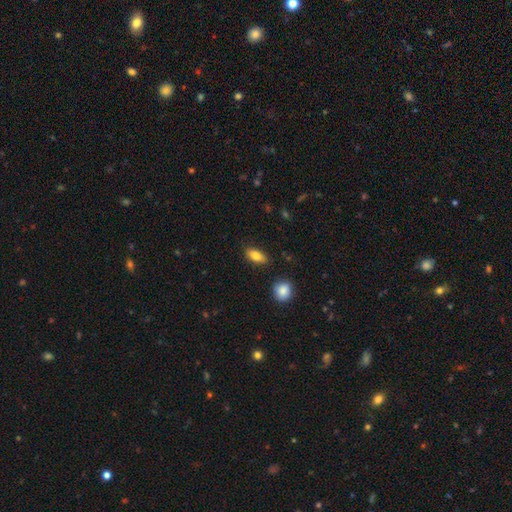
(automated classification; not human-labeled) This appears to be a smooth galaxy with no disk features (83%) that is in between round and cigar-shaped (84%). Merging: none (84%).